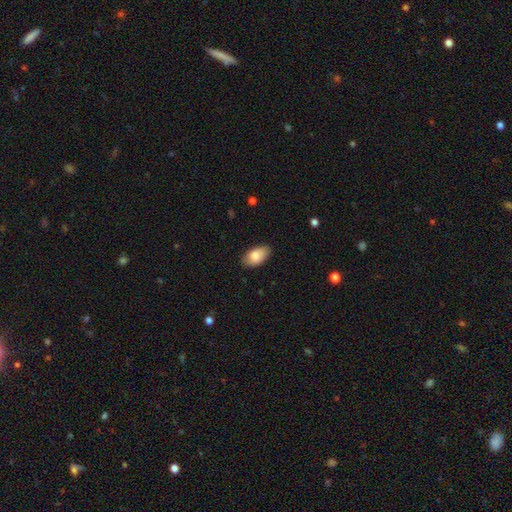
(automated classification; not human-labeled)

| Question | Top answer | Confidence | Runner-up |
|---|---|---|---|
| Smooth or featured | smooth | 83% | featured or disk (11%) |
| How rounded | in between | 94% | round (4%) |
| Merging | none | 82% | minor disturbance (14%) |